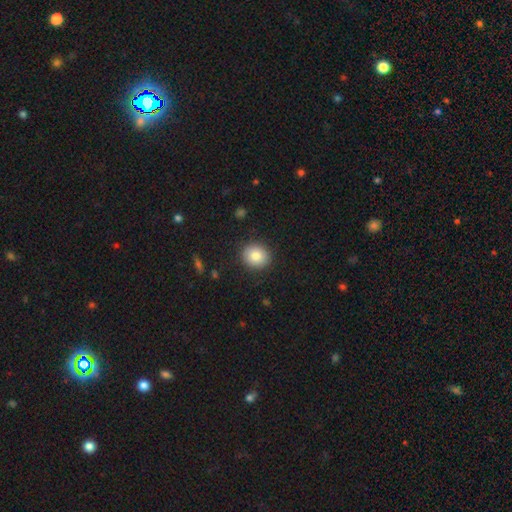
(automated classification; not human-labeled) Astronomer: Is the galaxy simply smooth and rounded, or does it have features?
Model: smooth — 83%.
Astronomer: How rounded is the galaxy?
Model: round — 78%.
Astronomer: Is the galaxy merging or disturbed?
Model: none — 90%.